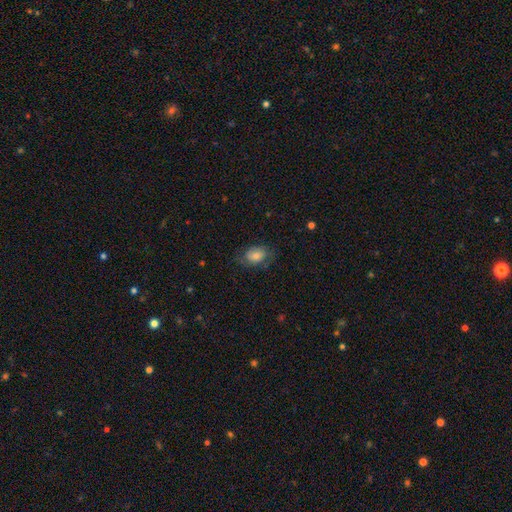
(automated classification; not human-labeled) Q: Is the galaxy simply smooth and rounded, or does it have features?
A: smooth — 63%.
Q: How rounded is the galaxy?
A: in between — 77%.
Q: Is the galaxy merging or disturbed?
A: none — 64%.